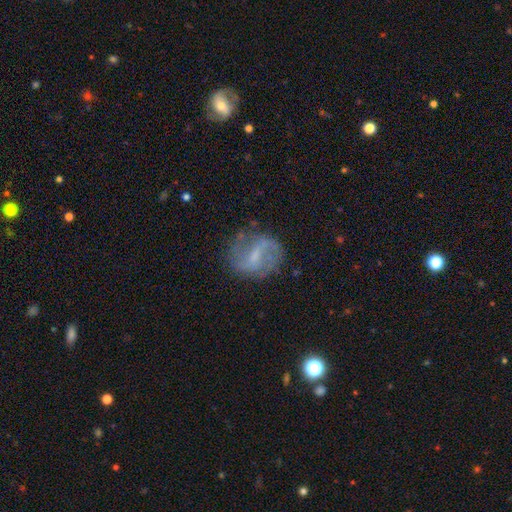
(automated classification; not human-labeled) Morphology: type=featured or disk (73%); edge-on=no (97%); bar=weak (55%); spiral arms=yes (85%); winding=loose (44%); arm count=2 (78%); bulge=small (47%); merging=none (70%).